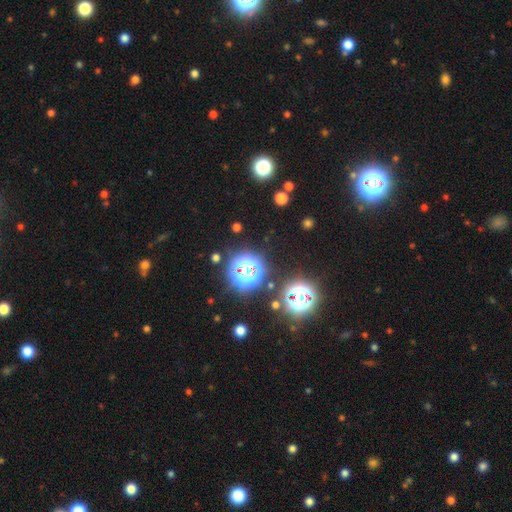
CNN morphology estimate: smooth-or-featured: star or artifact: 79% | smooth: 14% | featured or disk: 6%